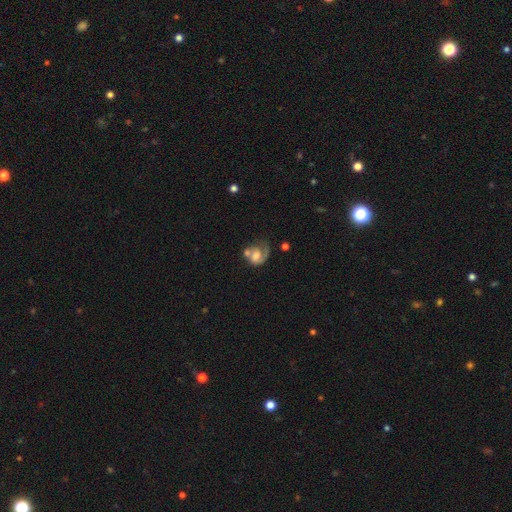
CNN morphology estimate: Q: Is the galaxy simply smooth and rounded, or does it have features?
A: featured or disk — 62%.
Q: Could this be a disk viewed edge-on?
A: no — 97%.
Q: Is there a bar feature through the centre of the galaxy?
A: no — 62%.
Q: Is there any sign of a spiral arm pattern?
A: yes — 79%.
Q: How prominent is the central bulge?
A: moderate — 53%.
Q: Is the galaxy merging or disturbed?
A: merger — 35%.